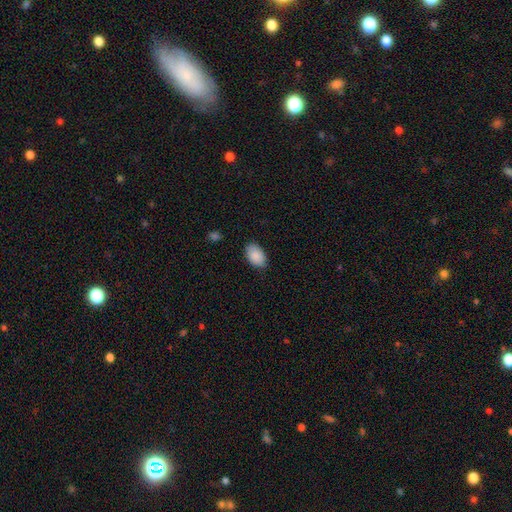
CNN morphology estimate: smooth 89%, star or artifact 7%, featured or disk 4%. Down the decision tree: how rounded — in between (92%); merging — none (83%).